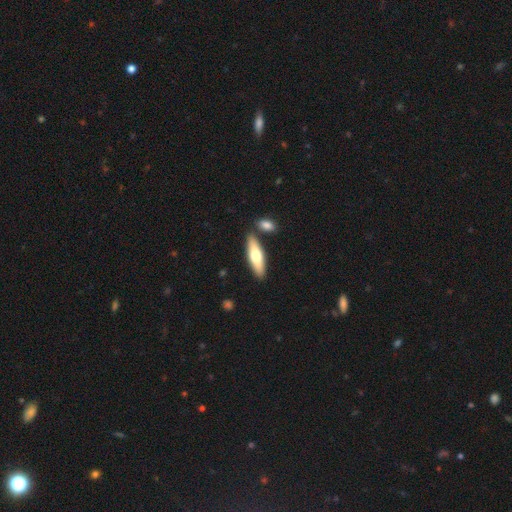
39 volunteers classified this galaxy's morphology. smooth-or-featured: smooth: 64% | featured or disk: 28% | star or artifact: 8%
  how-rounded: cigar-shaped: 80% | in between: 20% | round: 0%
  merging: none: 83% | minor disturbance: 14% | merger: 3% | major disturbance: 0%